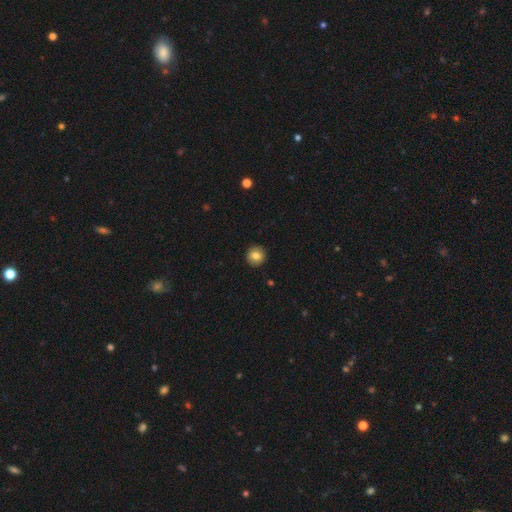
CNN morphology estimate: A smooth galaxy with no disk features (82%) that is round (94%). Merging: none (92%).